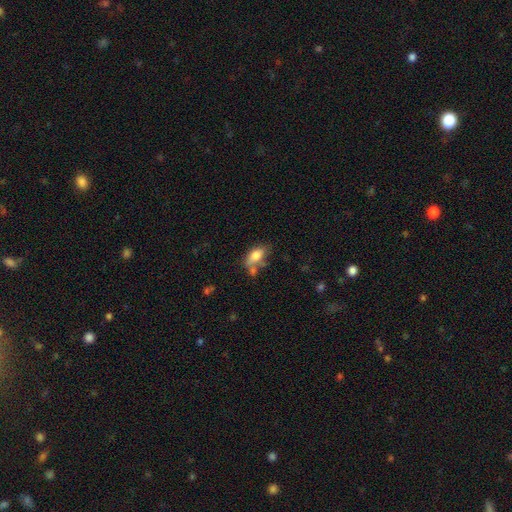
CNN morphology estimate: Overall: smooth (76%). How rounded: in between (86%). Merging: none (45%; minor disturbance 23%).